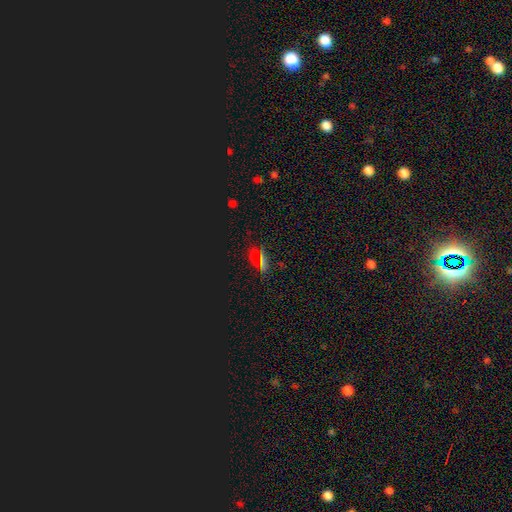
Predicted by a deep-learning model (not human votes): A star or artifact, not a galaxy (46%).